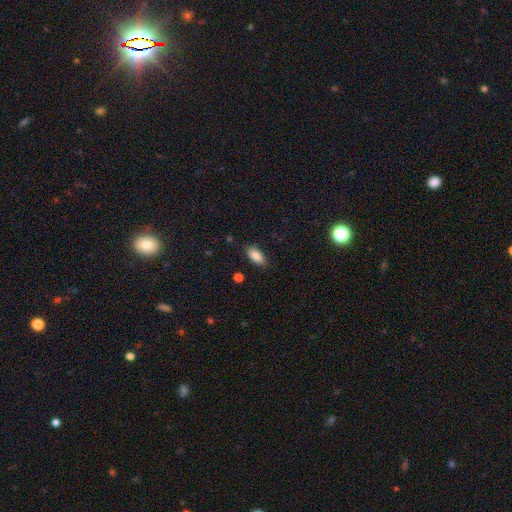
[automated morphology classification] A smooth galaxy with no disk features (87%) that is in between round and cigar-shaped (88%). Merging: none (84%).